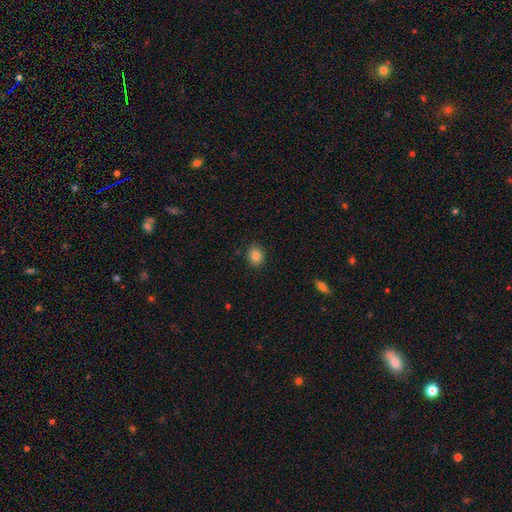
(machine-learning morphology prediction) smooth 85%, star or artifact 10%, featured or disk 5%. Down the decision tree: how rounded — round (53%); merging — none (88%).